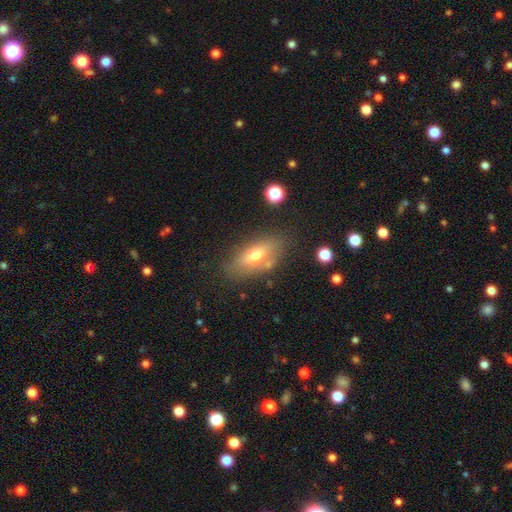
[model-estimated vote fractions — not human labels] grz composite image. It shows a smooth galaxy with no disk features (62%) that is in between round and cigar-shaped (79%). Merging: none (70%).